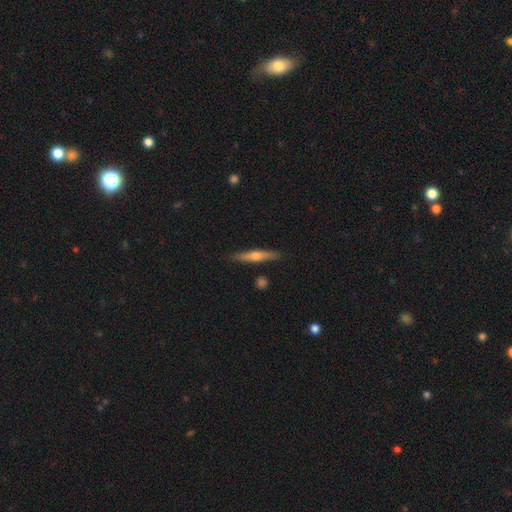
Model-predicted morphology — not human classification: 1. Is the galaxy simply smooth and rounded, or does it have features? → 59% featured or disk, 35% smooth, 6% star or artifact.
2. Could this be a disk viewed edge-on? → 96% yes, 4% no.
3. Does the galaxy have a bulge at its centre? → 89% rounded, 8% none, 3% boxy.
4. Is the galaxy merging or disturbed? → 89% none, 8% minor disturbance, 2% merger, 2% major disturbance.